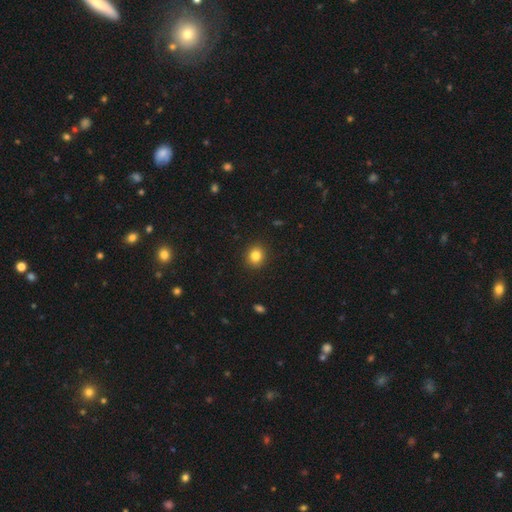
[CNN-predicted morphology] A smooth galaxy with no disk features (83%) that is round (77%). Merging: none (92%).